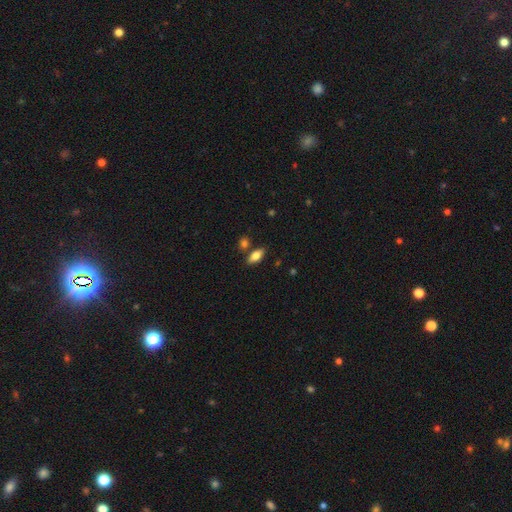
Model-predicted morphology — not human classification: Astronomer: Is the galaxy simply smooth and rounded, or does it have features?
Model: smooth — 74%.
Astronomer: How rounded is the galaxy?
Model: in between — 83%.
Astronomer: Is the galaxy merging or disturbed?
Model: none — 77%.